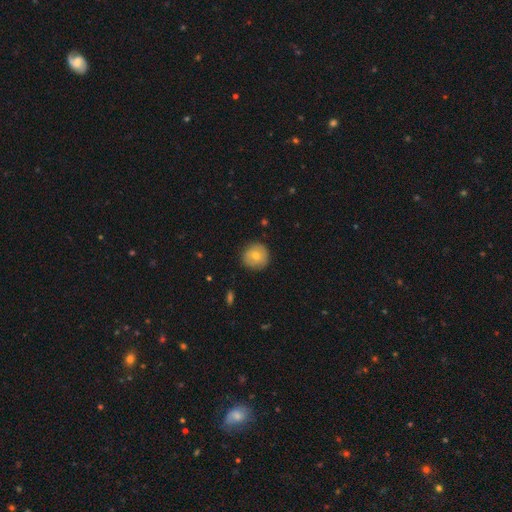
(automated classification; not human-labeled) The model was most divided on "smooth or featured": smooth: 69%, featured or disk: 23%, star or artifact: 8%. More confident: how rounded — round (93%); merging — none (85%).